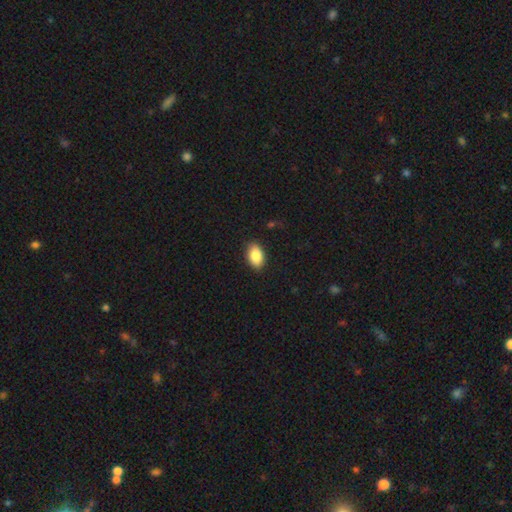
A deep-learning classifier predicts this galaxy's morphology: A smooth galaxy with no disk features (87%) that is in between round and cigar-shaped (91%). Merging: none (88%).